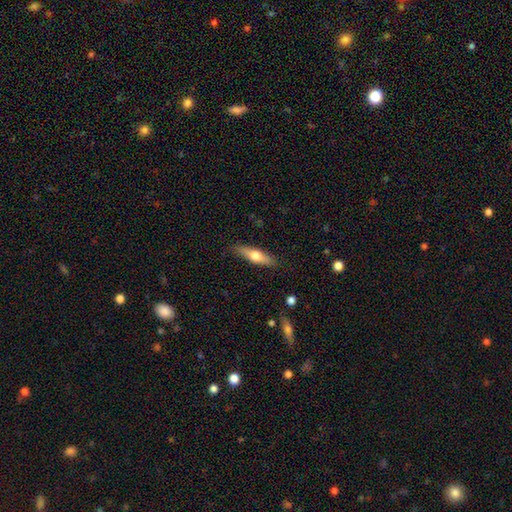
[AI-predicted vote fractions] Smooth or featured? smooth (56%)
How rounded? cigar-shaped (65%)
Merging? none (85%)